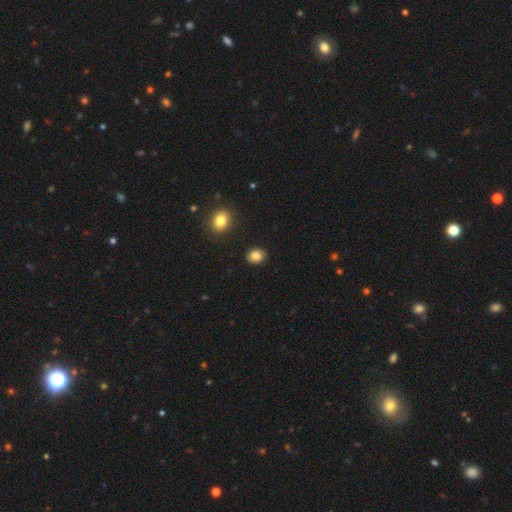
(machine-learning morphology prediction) Q: Smooth or featured?
A: smooth (85%); runner-up: star or artifact (9%)
Q: How rounded?
A: round (58%); runner-up: in between (41%)
Q: Merging?
A: none (89%); runner-up: minor disturbance (8%)